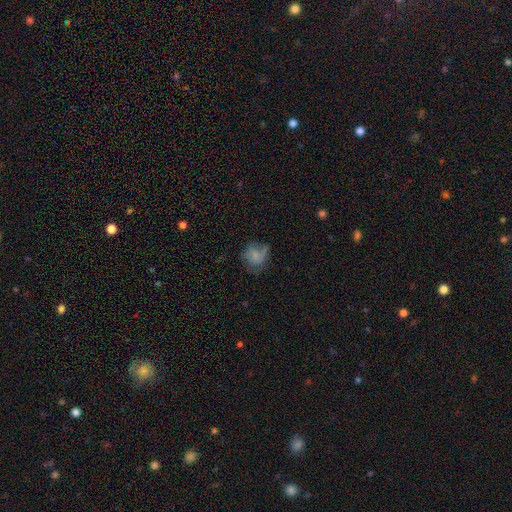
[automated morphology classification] Smooth or featured: smooth — 61% (featured or disk — 29%)
How rounded: round — 68% (in between — 31%)
Merging: none — 47% (minor disturbance — 29%)